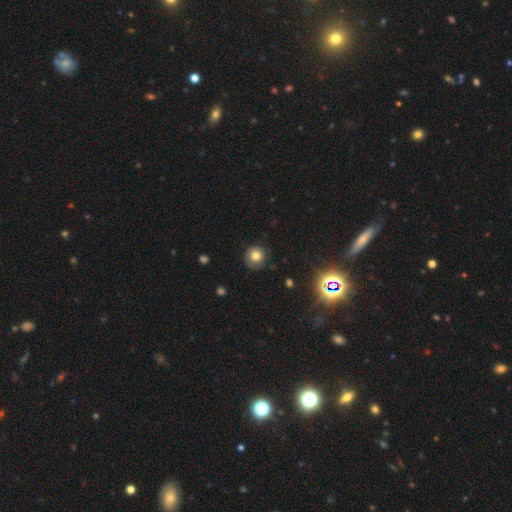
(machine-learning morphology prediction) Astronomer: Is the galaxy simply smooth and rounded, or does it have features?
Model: smooth — 73%.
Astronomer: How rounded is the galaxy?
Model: round — 90%.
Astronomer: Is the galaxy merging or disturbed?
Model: none — 77%.